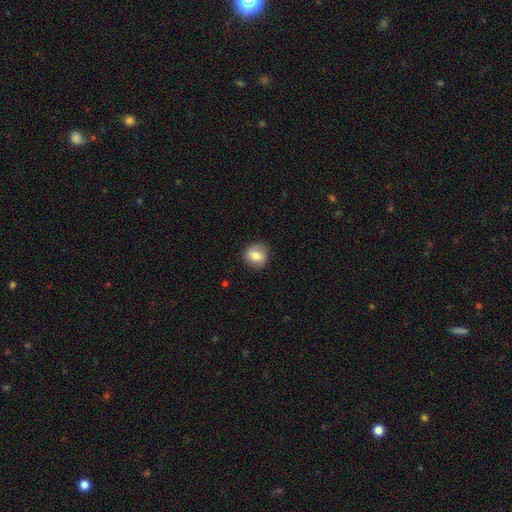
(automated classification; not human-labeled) smooth-or-featured: smooth: 75% | featured or disk: 16% | star or artifact: 8%
  how-rounded: round: 77% | in between: 22% | cigar-shaped: 1%
  merging: none: 85% | minor disturbance: 11% | major disturbance: 3% | merger: 1%